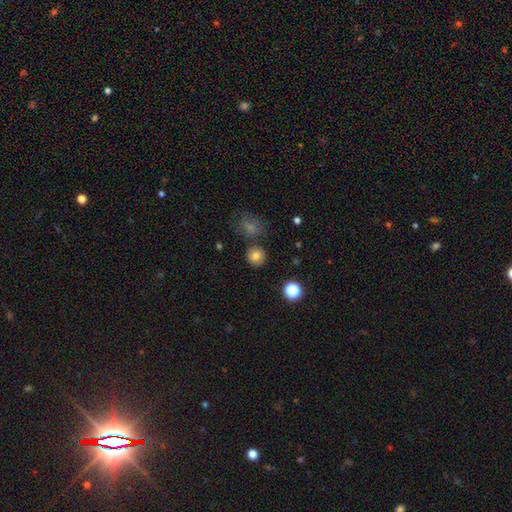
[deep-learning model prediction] Smooth or featured? Predicted: smooth (p=0.79). How rounded? Predicted: round (p=0.89). Merging? Predicted: none (p=0.83).